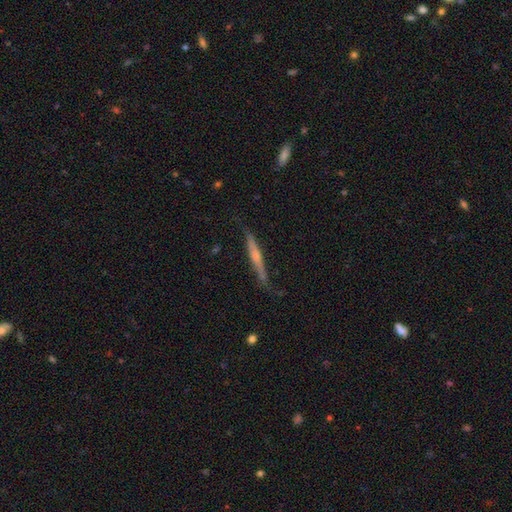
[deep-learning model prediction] This appears to be a featured or disk galaxy (61%) viewed edge-on (96%) with a rounded central bulge (61%). Merging: none (76%).